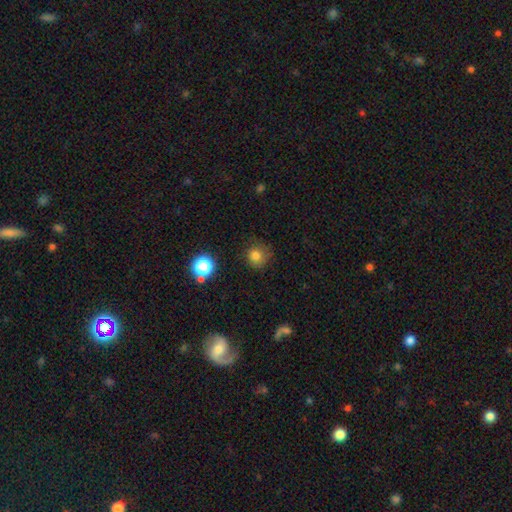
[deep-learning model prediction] Smooth or featured: smooth — 79% (star or artifact — 14%)
How rounded: round — 91% (in between — 8%)
Merging: none — 76% (minor disturbance — 16%)